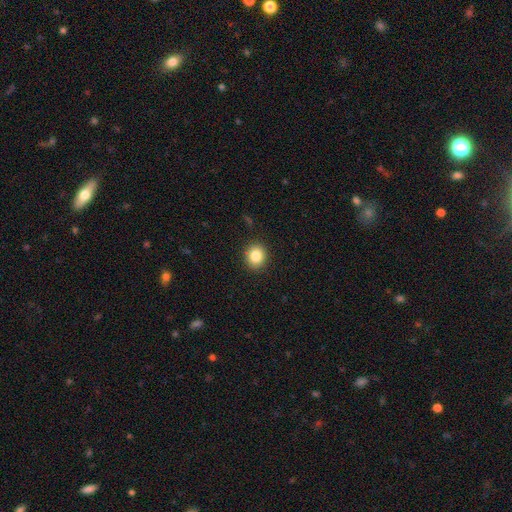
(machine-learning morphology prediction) The model was most divided on "how rounded": round: 77%, in between: 22%, cigar-shaped: 1%. More confident: merging — none (90%); smooth or featured — smooth (85%).